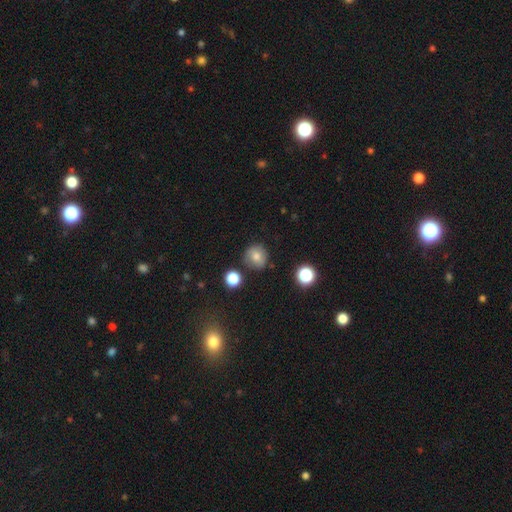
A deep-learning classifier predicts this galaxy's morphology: This is likely a smooth galaxy (73%). How rounded: clearly round (90%). Merging: likely none (80%).